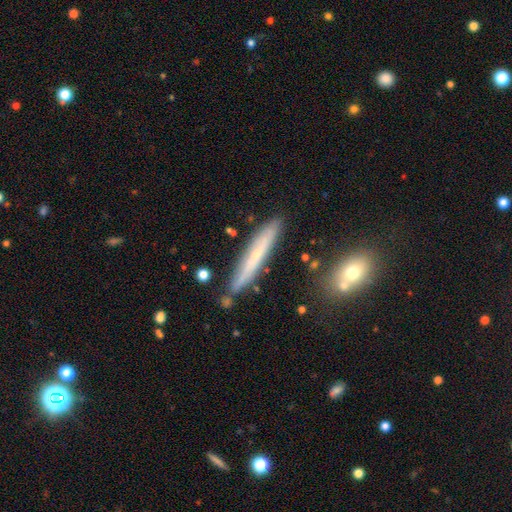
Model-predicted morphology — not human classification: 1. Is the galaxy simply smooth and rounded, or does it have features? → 48% featured or disk, 45% smooth, 8% star or artifact.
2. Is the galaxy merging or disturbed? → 82% none, 12% minor disturbance, 4% merger, 2% major disturbance.